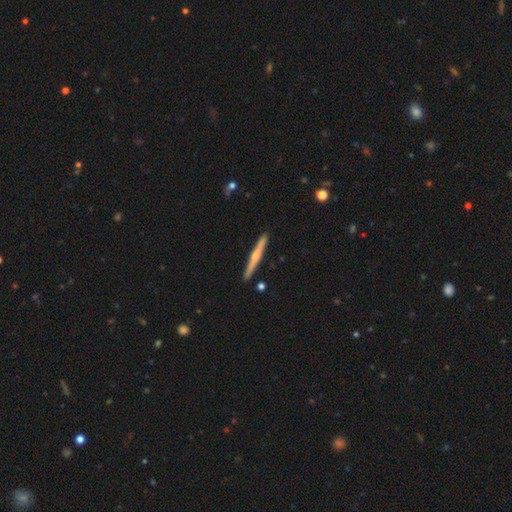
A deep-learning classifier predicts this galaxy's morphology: Q: Smooth or featured?
A: featured or disk (64%); runner-up: smooth (30%)
Q: Edge-on disk?
A: yes (98%); runner-up: no (2%)
Q: Edge-on bulge?
A: rounded (76%); runner-up: none (19%)
Q: Merging?
A: none (92%); runner-up: minor disturbance (6%)